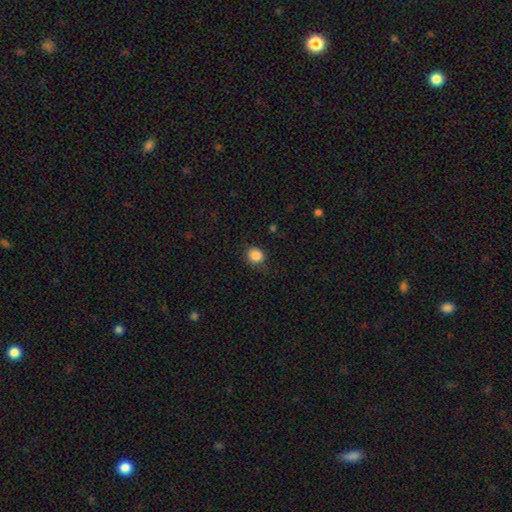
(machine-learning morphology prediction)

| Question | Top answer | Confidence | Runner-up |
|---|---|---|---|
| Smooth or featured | smooth | 86% | star or artifact (10%) |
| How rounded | round | 78% | in between (22%) |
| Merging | none | 83% | minor disturbance (13%) |